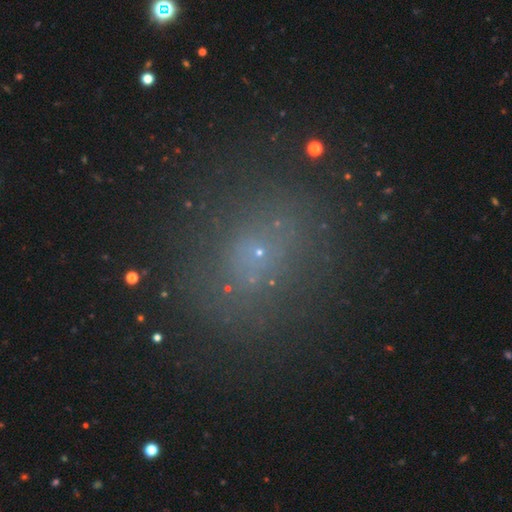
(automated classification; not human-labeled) A smooth galaxy with no disk features (46%).

Vote fractions:
- Smooth or featured? smooth: 46% / star or artifact: 38% / featured or disk: 16%
- Merging? none: 81% / minor disturbance: 11% / major disturbance: 6% / merger: 3%